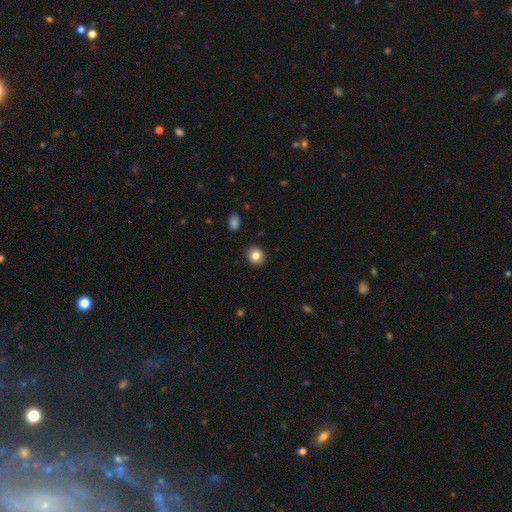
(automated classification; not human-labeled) Q: Smooth or featured?
A: smooth (84%); runner-up: star or artifact (10%)
Q: How rounded?
A: round (80%); runner-up: in between (19%)
Q: Merging?
A: none (91%); runner-up: minor disturbance (6%)